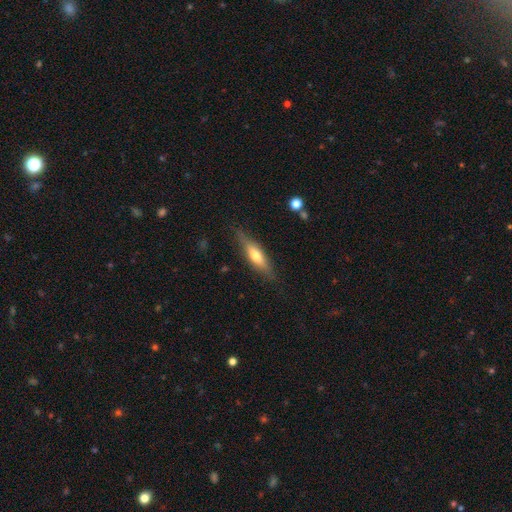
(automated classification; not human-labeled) The model was most divided on "smooth or featured": smooth: 51%, featured or disk: 43%, star or artifact: 6%. More confident: merging — none (78%); how rounded — cigar-shaped (66%).